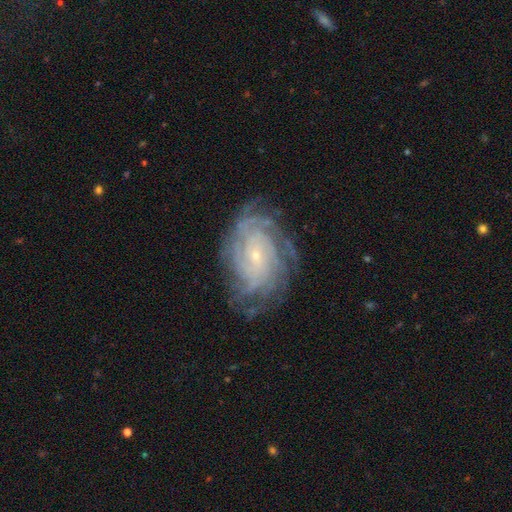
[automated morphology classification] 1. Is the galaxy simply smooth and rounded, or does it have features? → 87% featured or disk, 7% star or artifact, 6% smooth.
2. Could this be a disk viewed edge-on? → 97% no, 3% yes.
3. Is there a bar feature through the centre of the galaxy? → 69% no, 24% weak, 7% strong.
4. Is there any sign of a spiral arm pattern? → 97% yes, 3% no.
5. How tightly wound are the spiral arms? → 77% tight, 19% medium, 4% loose.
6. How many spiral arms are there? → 27% can't tell, 25% more than 4, 23% 4, 10% 3, 8% 2, 7% 1.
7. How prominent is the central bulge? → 83% small, 13% moderate, 2% none, 1% large, 1% dominant.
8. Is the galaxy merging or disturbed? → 78% none, 16% minor disturbance, 6% major disturbance, 1% merger.